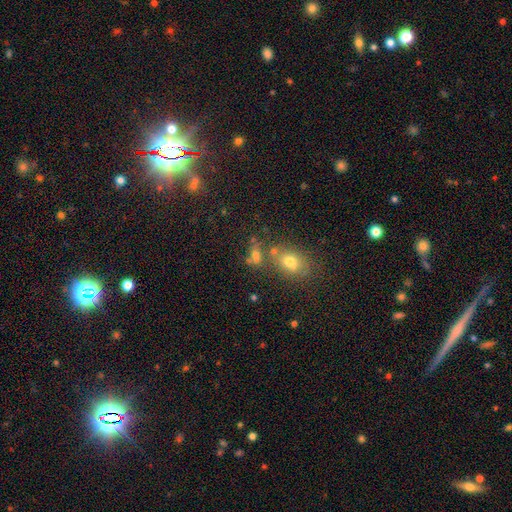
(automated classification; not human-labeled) smooth-or-featured: smooth: 61% | star or artifact: 22% | featured or disk: 17%
  how-rounded: in between: 70% | round: 22% | cigar-shaped: 8%
  merging: none: 46% | merger: 31% | minor disturbance: 14% | major disturbance: 8%